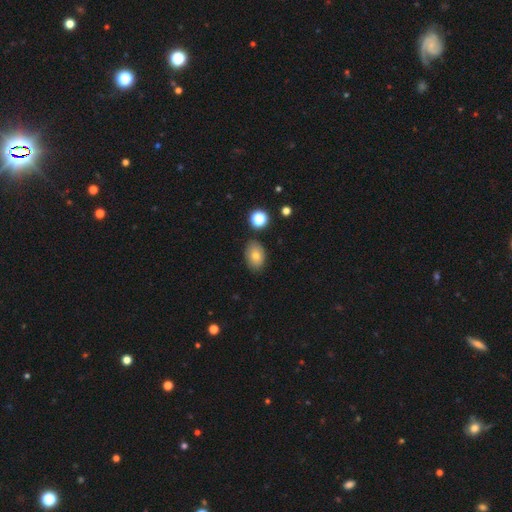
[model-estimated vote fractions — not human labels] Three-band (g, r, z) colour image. It shows a smooth galaxy with no disk features (76%) that is in between round and cigar-shaped (81%). Merging: none (81%).